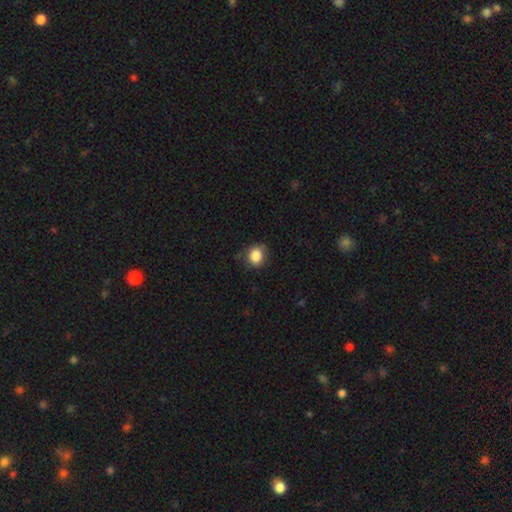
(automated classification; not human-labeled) smooth-or-featured: smooth: 86% | star or artifact: 9% | featured or disk: 5%
  how-rounded: round: 79% | in between: 20% | cigar-shaped: 1%
  merging: none: 76% | minor disturbance: 19% | major disturbance: 4% | merger: 1%